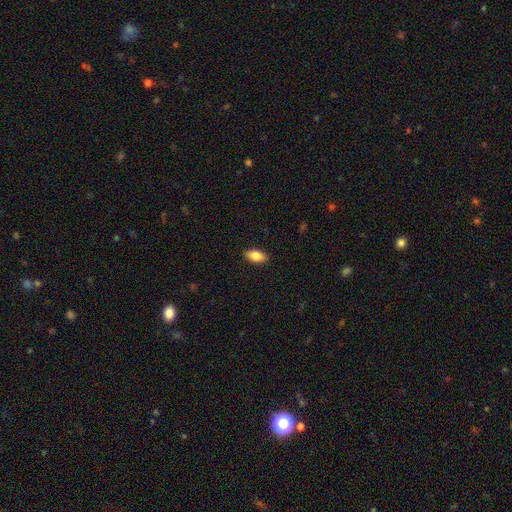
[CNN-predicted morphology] smooth_or_featured: smooth (p=0.86) [alt: featured or disk p=0.07]
how_rounded: in between (p=0.92) [alt: cigar-shaped p=0.05]
merging: none (p=0.90) [alt: minor disturbance p=0.08]